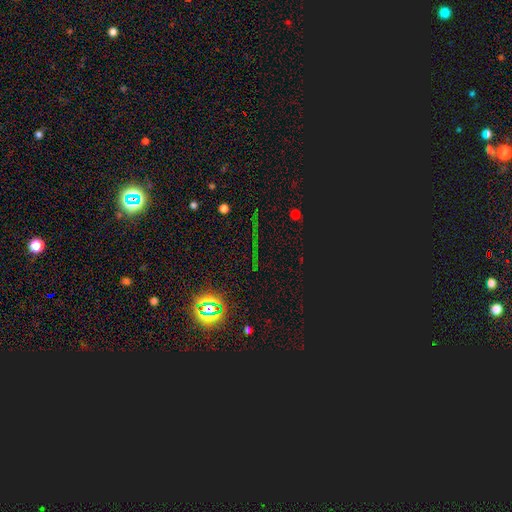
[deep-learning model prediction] star or artifact 83%, smooth 10%, featured or disk 7%.